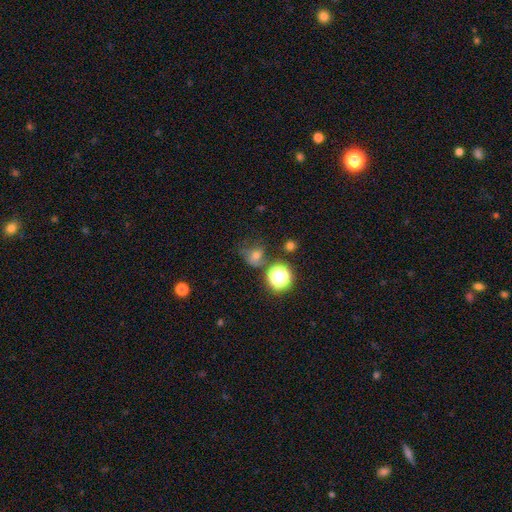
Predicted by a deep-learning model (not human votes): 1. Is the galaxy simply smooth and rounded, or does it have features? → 59% smooth, 26% star or artifact, 15% featured or disk.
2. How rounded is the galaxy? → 73% round, 25% in between, 1% cigar-shaped.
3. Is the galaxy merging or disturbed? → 54% none, 23% minor disturbance, 16% major disturbance, 8% merger.